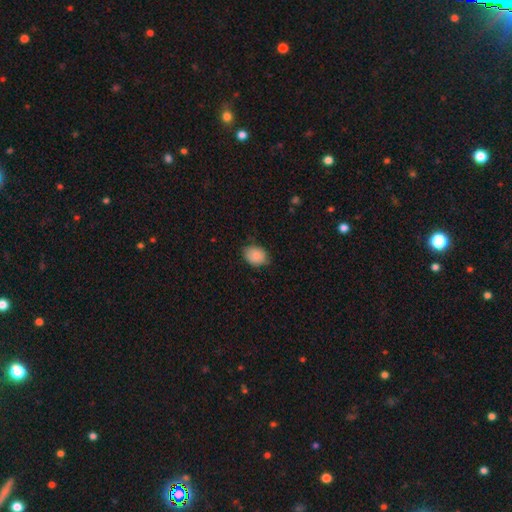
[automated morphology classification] A smooth galaxy with no disk features (86%) that is in between round and cigar-shaped (64%). Merging: none (74%).